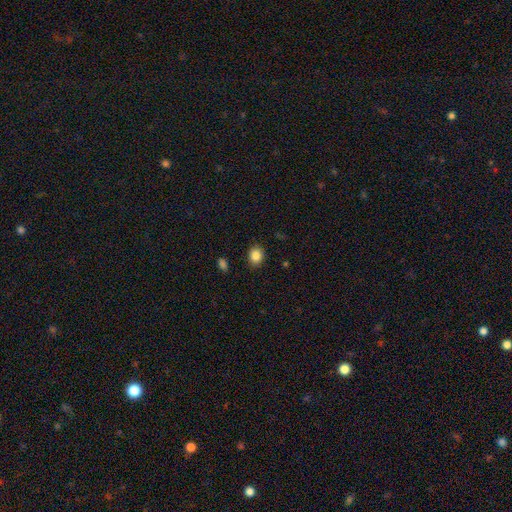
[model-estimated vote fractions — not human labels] Q: Smooth or featured?
A: smooth (86%); runner-up: star or artifact (9%)
Q: How rounded?
A: round (53%); runner-up: in between (46%)
Q: Merging?
A: none (88%); runner-up: minor disturbance (9%)